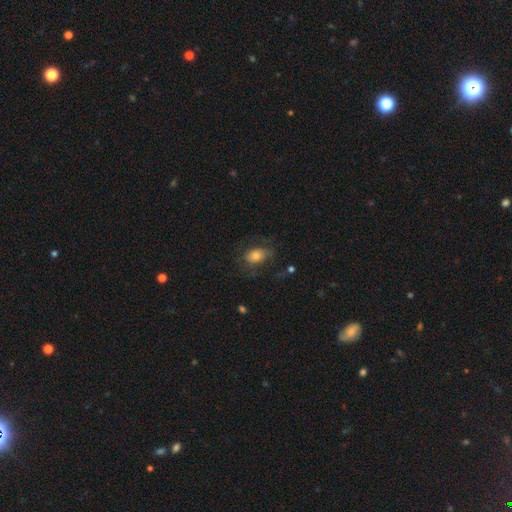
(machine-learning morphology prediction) Smooth or featured? Predicted: smooth (p=0.68). How rounded? Predicted: in between (p=0.82). Merging? Predicted: none (p=0.59).